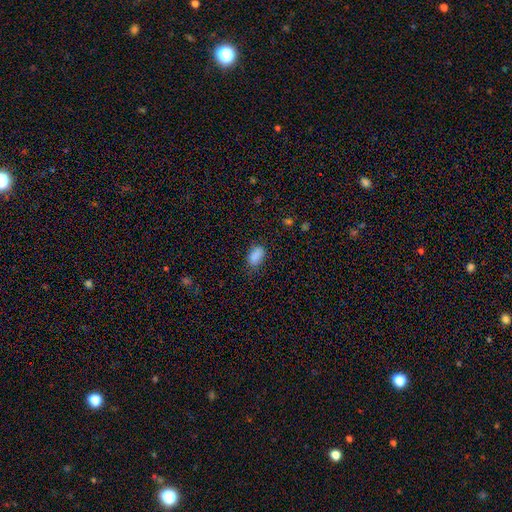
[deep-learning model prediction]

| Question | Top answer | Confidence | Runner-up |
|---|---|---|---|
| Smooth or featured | smooth | 87% | star or artifact (9%) |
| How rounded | in between | 91% | round (7%) |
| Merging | none | 72% | minor disturbance (21%) |